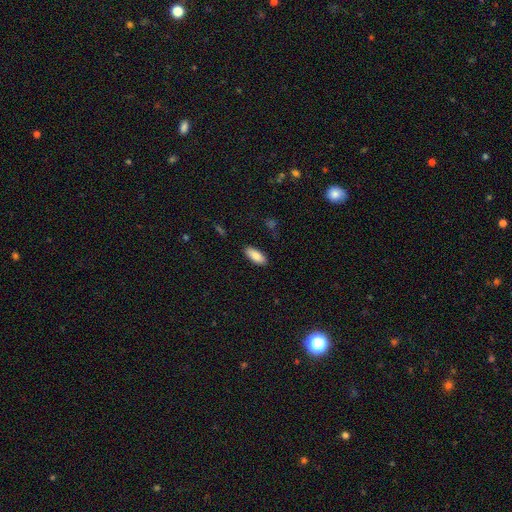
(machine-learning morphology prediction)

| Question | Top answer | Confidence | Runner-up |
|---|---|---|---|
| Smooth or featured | smooth | 87% | featured or disk (7%) |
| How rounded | in between | 81% | cigar-shaped (17%) |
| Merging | none | 88% | minor disturbance (9%) |